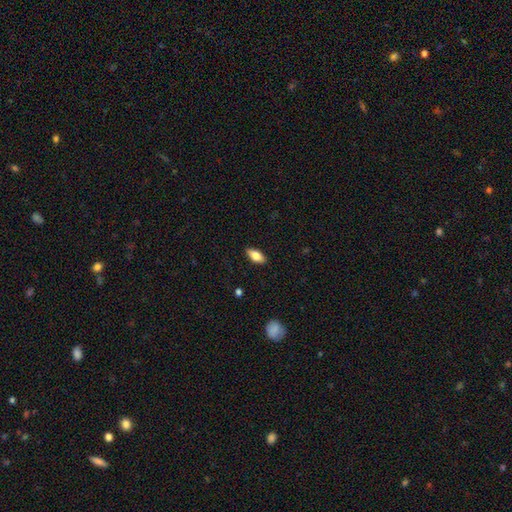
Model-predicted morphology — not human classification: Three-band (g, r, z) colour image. It shows a smooth galaxy with no disk features (75%) that is in between round and cigar-shaped (84%). Merging: none (89%).